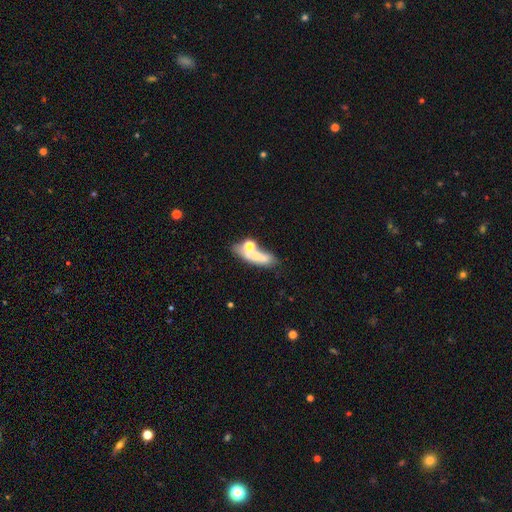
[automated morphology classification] smooth_or_featured: smooth (p=0.57) [alt: featured or disk p=0.30]
how_rounded: in between (p=0.54) [alt: cigar-shaped p=0.30]
merging: merger (p=0.37) [alt: none p=0.34]